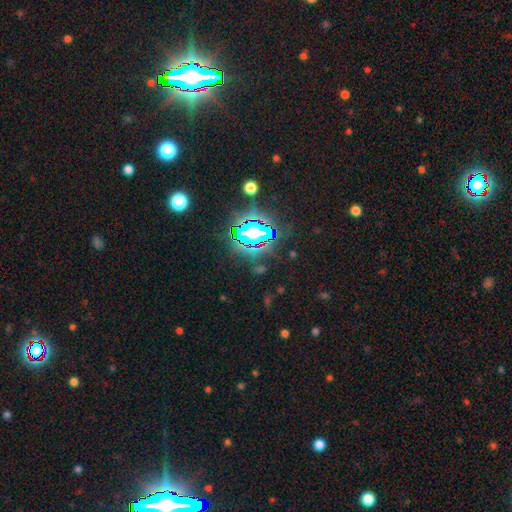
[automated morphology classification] type=star or artifact (82%).